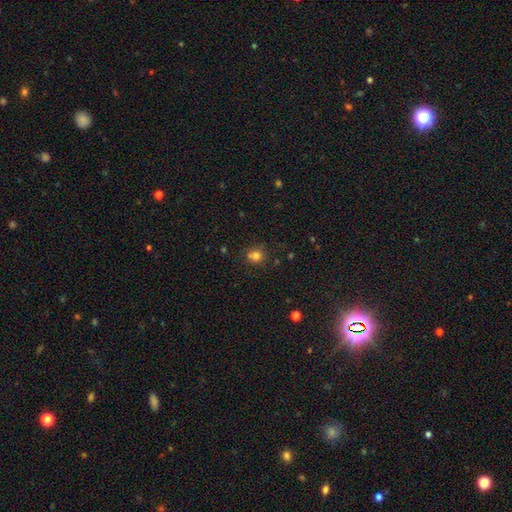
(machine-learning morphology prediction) A smooth galaxy with no disk features (75%) that is round (85%).

Vote fractions:
- Smooth or featured? smooth: 75% / star or artifact: 16% / featured or disk: 9%
- How rounded? round: 85% / in between: 15% / cigar-shaped: 1%
- Merging? none: 64% / merger: 20% / minor disturbance: 13% / major disturbance: 4%